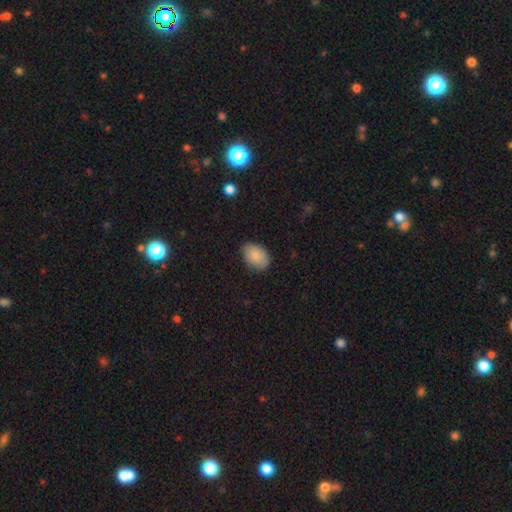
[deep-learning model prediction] Smooth or featured? smooth (87%)
How rounded? in between (83%)
Merging? none (79%)